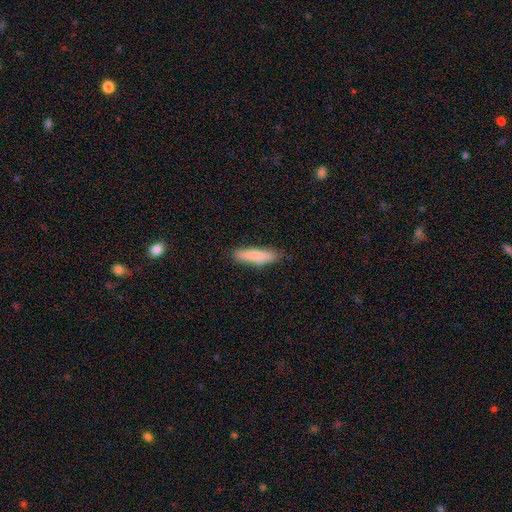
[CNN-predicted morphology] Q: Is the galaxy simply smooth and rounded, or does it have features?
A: smooth — 81%.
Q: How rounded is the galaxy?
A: cigar-shaped — 79%.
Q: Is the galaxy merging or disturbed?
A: none — 80%.